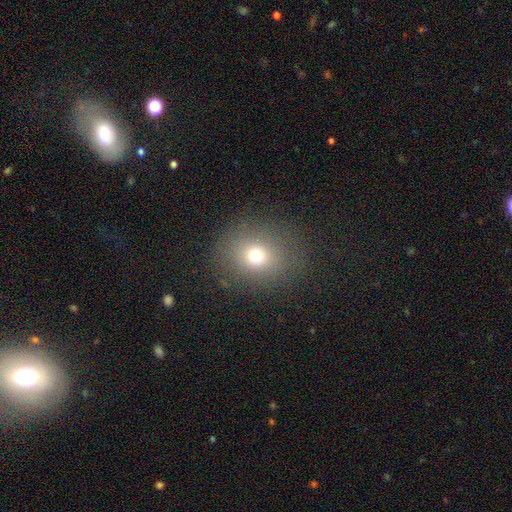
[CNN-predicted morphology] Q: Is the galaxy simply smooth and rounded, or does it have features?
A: smooth — 70%.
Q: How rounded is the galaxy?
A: round — 72%.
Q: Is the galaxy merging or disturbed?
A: none — 83%.